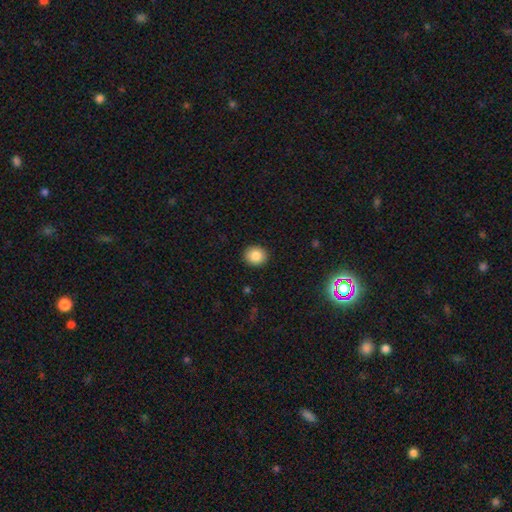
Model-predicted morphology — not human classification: Smooth or featured? Predicted: smooth (p=0.85). How rounded? Predicted: round (p=0.77). Merging? Predicted: none (p=0.91).